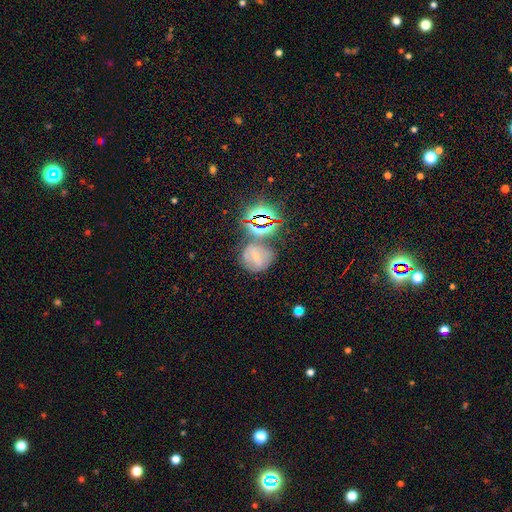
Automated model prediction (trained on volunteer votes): Morphology: type=featured or disk (36%); merging=none (59%).